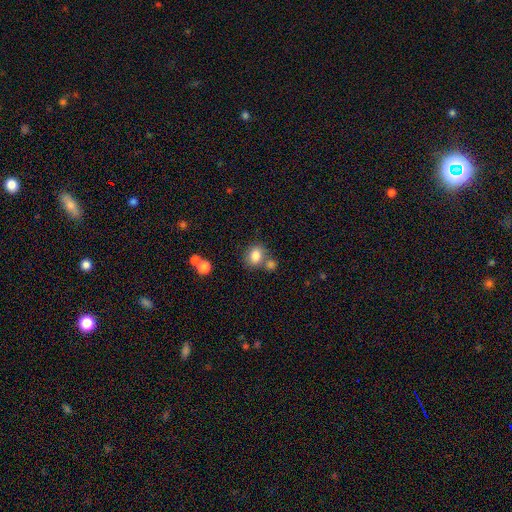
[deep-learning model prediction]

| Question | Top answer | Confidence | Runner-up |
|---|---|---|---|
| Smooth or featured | smooth | 82% | star or artifact (10%) |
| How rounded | round | 56% | in between (43%) |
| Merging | none | 59% | merger (22%) |